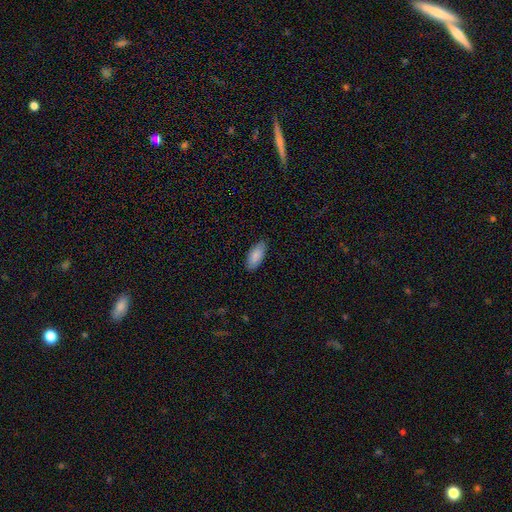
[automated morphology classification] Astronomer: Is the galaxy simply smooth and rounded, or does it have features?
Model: smooth — 88%.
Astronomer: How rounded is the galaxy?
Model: in between — 86%.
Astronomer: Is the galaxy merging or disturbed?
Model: none — 88%.